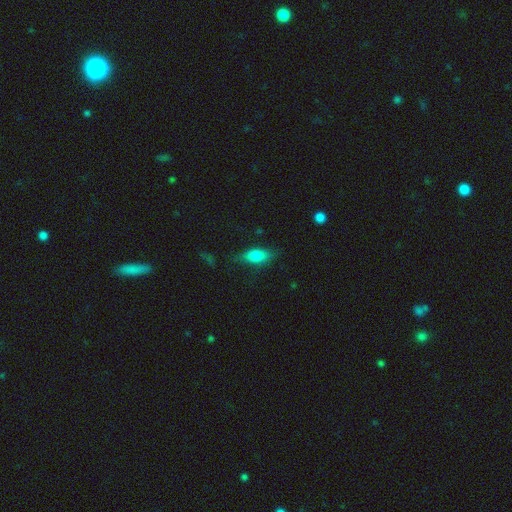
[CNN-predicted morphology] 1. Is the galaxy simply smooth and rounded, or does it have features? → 76% smooth, 17% featured or disk, 8% star or artifact.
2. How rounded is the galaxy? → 74% in between, 23% cigar-shaped, 4% round.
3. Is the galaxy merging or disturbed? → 74% none, 18% minor disturbance, 6% major disturbance, 2% merger.